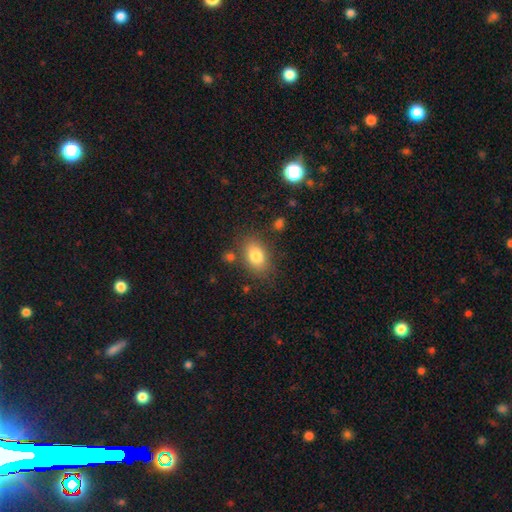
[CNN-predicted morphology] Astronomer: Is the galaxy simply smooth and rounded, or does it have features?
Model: smooth — 81%.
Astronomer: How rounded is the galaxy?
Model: in between — 83%.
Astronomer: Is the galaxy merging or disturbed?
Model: none — 78%.